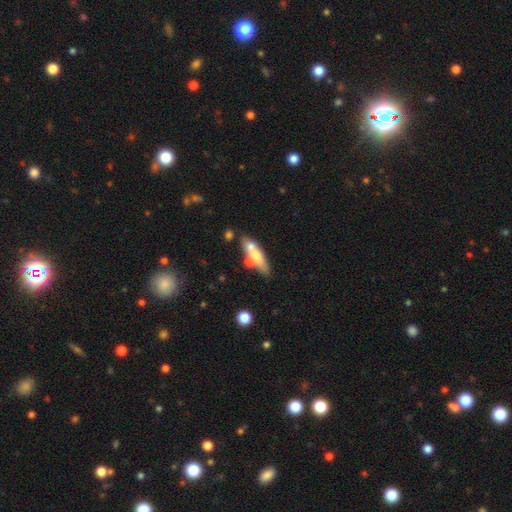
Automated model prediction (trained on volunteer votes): smooth_or_featured: smooth (p=0.61) [alt: featured or disk p=0.31]
how_rounded: cigar-shaped (p=0.70) [alt: in between p=0.27]
merging: none (p=0.53) [alt: merger p=0.24]